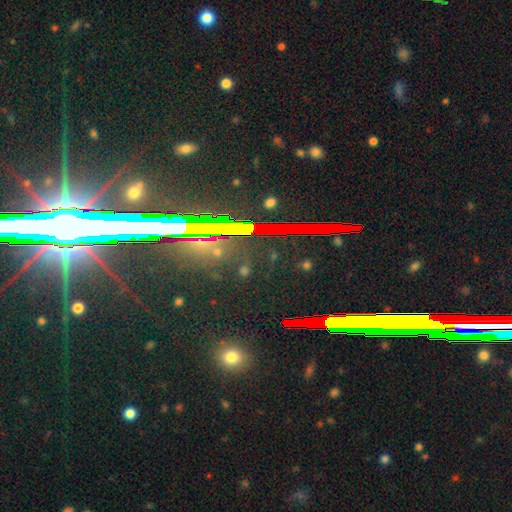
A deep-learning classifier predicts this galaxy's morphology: Smooth or featured: star or artifact — 72% (featured or disk — 19%)